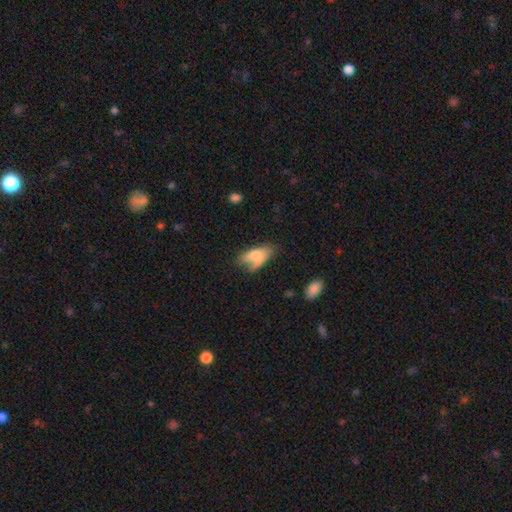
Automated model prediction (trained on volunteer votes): A smooth galaxy with no disk features (67%) that is in between round and cigar-shaped (84%). Merging: none (37%).